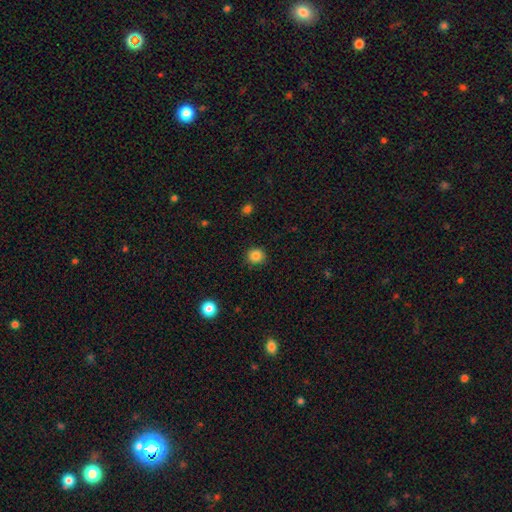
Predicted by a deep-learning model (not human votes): Q: Smooth or featured?
A: smooth (85%); runner-up: star or artifact (11%)
Q: How rounded?
A: round (90%); runner-up: in between (9%)
Q: Merging?
A: none (90%); runner-up: minor disturbance (7%)